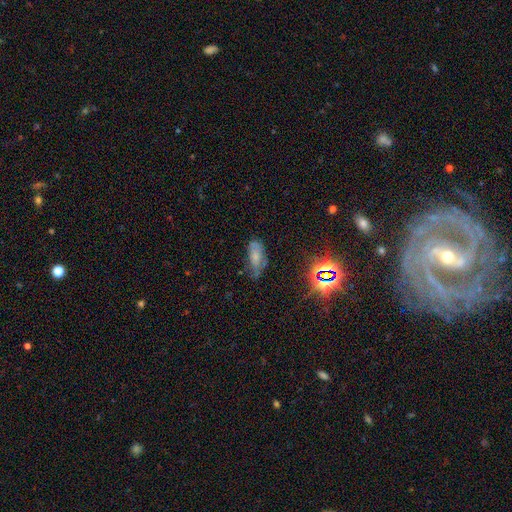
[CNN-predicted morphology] Overall: smooth (56%; featured or disk 25%). How rounded: in between (81%). Merging: none (50%; minor disturbance 34%).